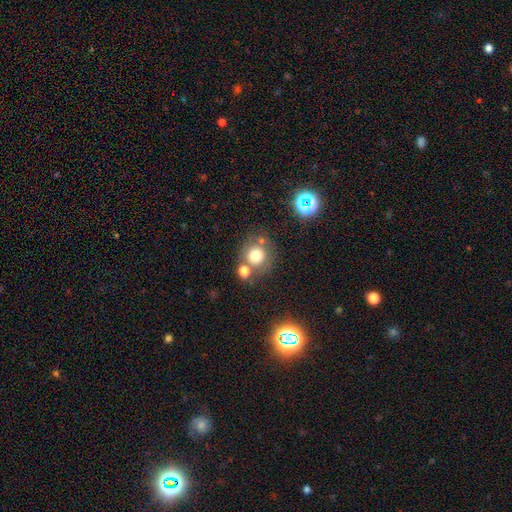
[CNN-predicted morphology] The model was most divided on "merging": none: 62%, merger: 21%, minor disturbance: 11%, major disturbance: 5%. More confident: how rounded — round (87%); smooth or featured — smooth (72%).